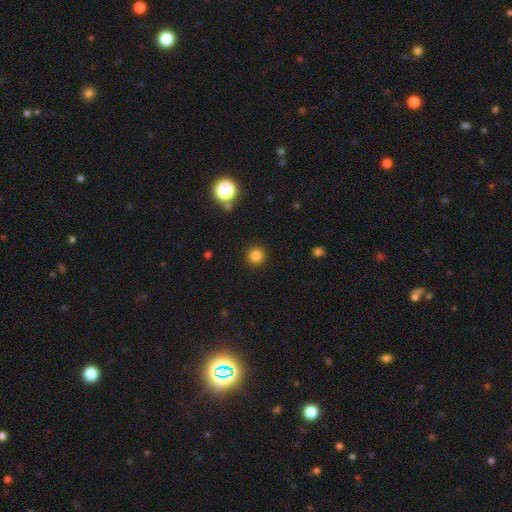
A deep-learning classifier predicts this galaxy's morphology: type=smooth (82%); roundness=round (94%); merging=none (91%).